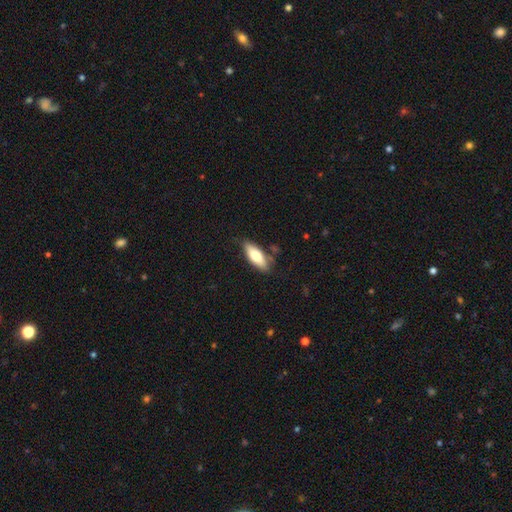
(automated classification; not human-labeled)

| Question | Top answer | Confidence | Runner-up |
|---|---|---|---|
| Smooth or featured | smooth | 74% | featured or disk (20%) |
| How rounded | in between | 72% | cigar-shaped (26%) |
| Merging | none | 74% | minor disturbance (18%) |